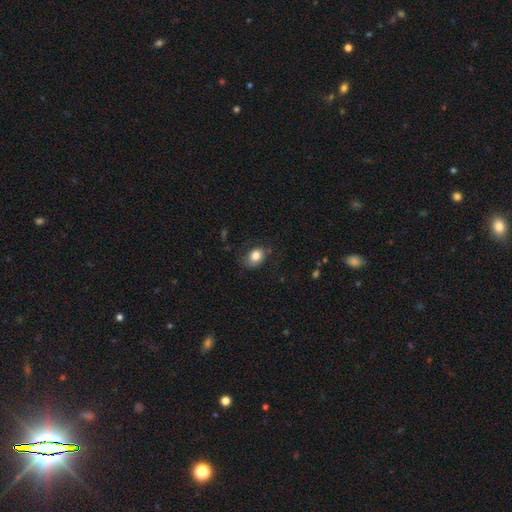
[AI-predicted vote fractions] A smooth galaxy with no disk features (83%) that is in between round and cigar-shaped (64%). Merging: none (69%).